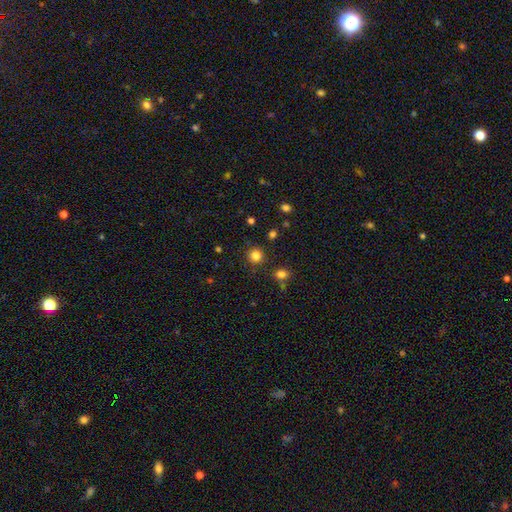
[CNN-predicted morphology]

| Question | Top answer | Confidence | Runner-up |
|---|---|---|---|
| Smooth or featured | smooth | 81% | star or artifact (14%) |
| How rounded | round | 93% | in between (6%) |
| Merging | none | 87% | minor disturbance (7%) |